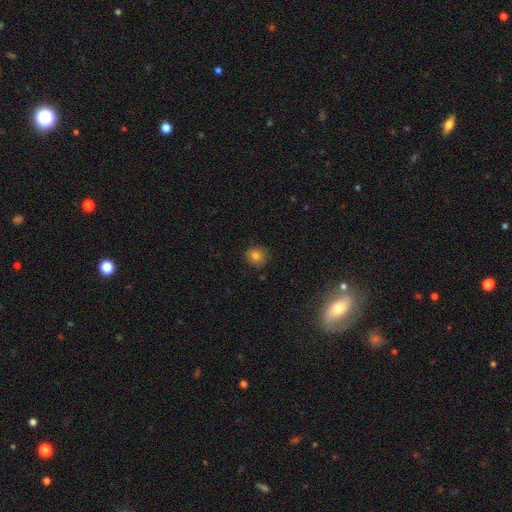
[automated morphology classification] smooth_or_featured: smooth (p=0.80) [alt: star or artifact p=0.12]
how_rounded: round (p=0.88) [alt: in between p=0.11]
merging: none (p=0.85) [alt: minor disturbance p=0.11]